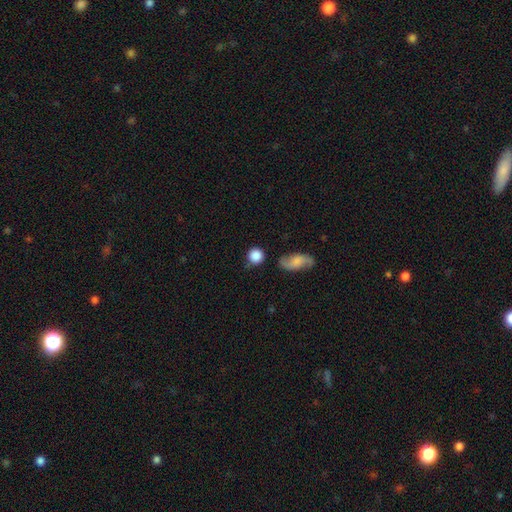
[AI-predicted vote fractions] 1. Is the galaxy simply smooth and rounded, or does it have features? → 85% smooth, 8% star or artifact, 8% featured or disk.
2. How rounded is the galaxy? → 88% round, 10% in between, 2% cigar-shaped.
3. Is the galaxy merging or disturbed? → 72% none, 16% minor disturbance, 8% merger, 4% major disturbance.